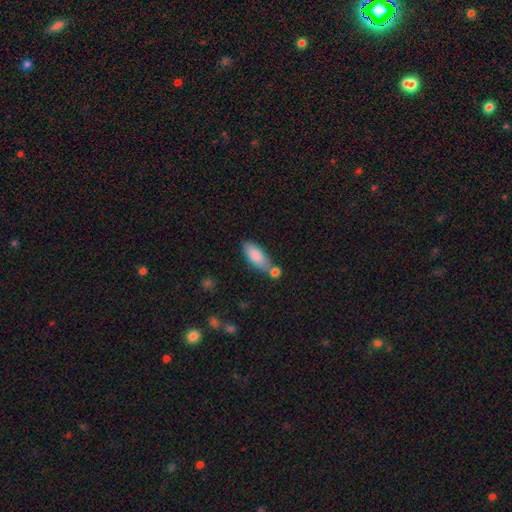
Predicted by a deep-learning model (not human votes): This appears to be a smooth galaxy with no disk features (84%) that is in between round and cigar-shaped (80%). Merging: none (57%).